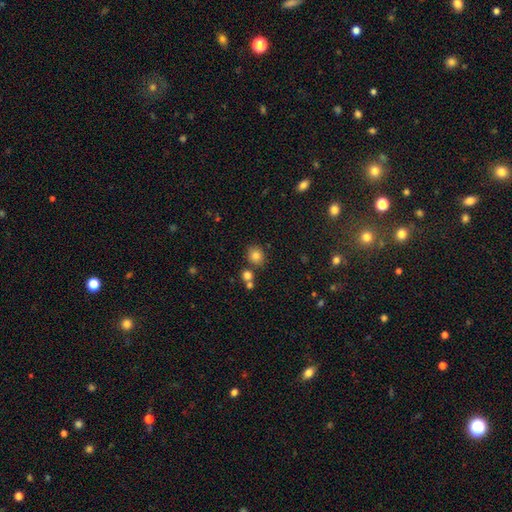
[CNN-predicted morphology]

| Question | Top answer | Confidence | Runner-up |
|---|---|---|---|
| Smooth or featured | smooth | 81% | star or artifact (12%) |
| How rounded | round | 74% | in between (25%) |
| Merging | none | 76% | merger (11%) |